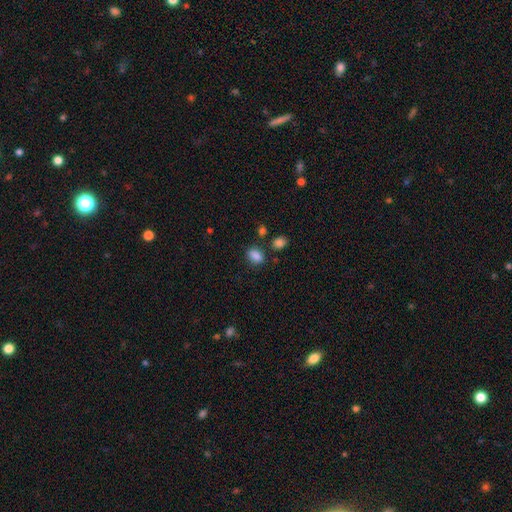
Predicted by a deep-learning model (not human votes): smooth 85%, star or artifact 10%, featured or disk 5%. Down the decision tree: how rounded — in between (69%); merging — none (73%).